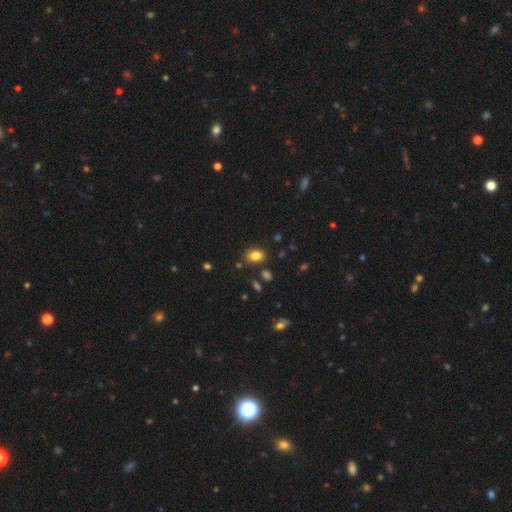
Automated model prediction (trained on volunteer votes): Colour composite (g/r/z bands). It shows a smooth galaxy with no disk features (83%) that is in between round and cigar-shaped (75%). Merging: none (82%).